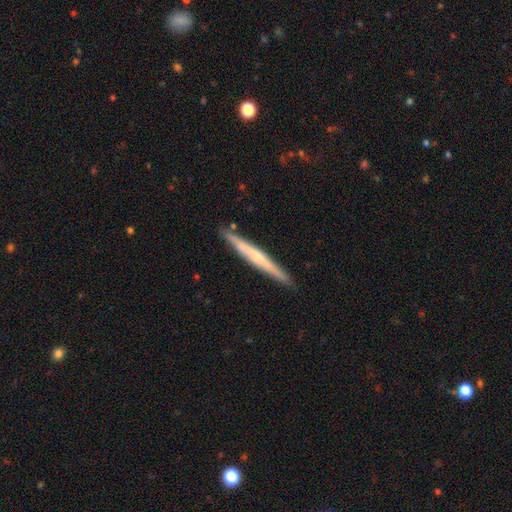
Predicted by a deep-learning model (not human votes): Smooth or featured?
  - featured or disk: 55% *
  - smooth: 40%
  - star or artifact: 6%
Edge-on disk?
  - yes: 96% *
  - no: 4%
Edge-on bulge?
  - none: 54% *
  - rounded: 38%
  - boxy: 8%
Merging?
  - none: 89% *
  - minor disturbance: 8%
  - major disturbance: 1%
  - merger: 1%